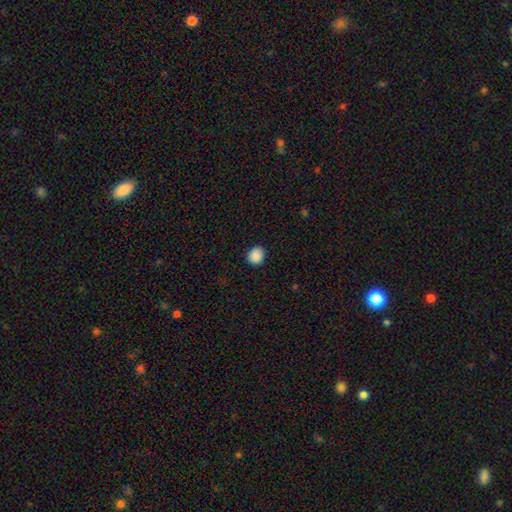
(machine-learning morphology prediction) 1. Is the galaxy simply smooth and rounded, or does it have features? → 89% smooth, 9% star or artifact, 2% featured or disk.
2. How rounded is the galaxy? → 73% round, 26% in between, 1% cigar-shaped.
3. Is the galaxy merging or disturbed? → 89% none, 8% minor disturbance, 2% major disturbance, 1% merger.